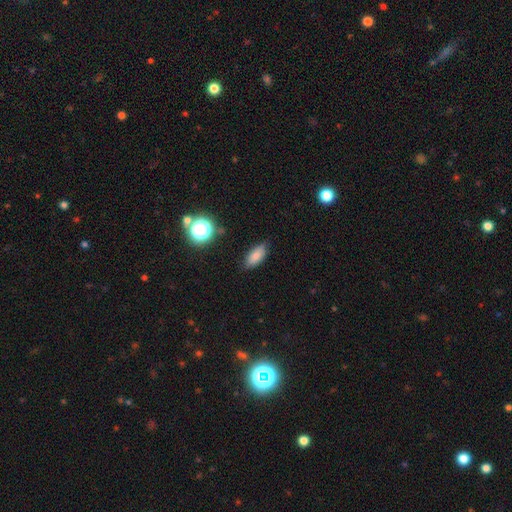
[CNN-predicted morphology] Smooth or featured? smooth (80%)
How rounded? in between (82%)
Merging? none (80%)